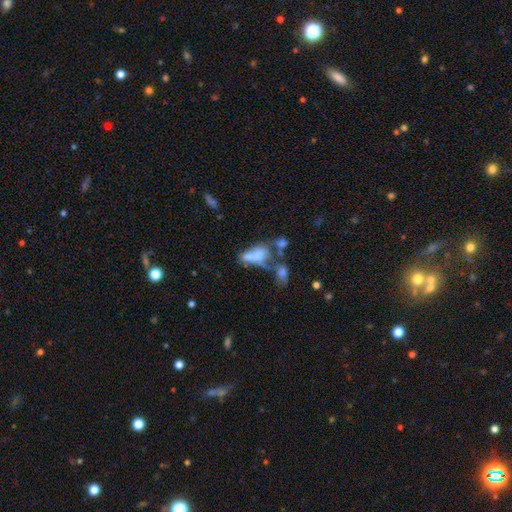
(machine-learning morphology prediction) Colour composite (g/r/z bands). It shows a smooth galaxy with no disk features (58%) that is in between round and cigar-shaped (84%). Merging: merger (56%).